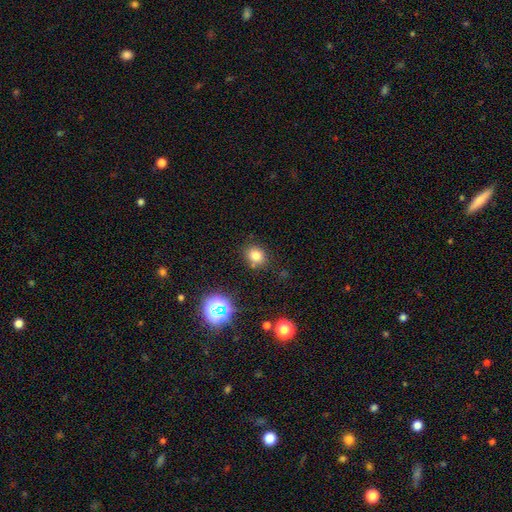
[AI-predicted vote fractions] This is likely a smooth galaxy (76%). How rounded: likely round (69%). Merging: likely none (79%).